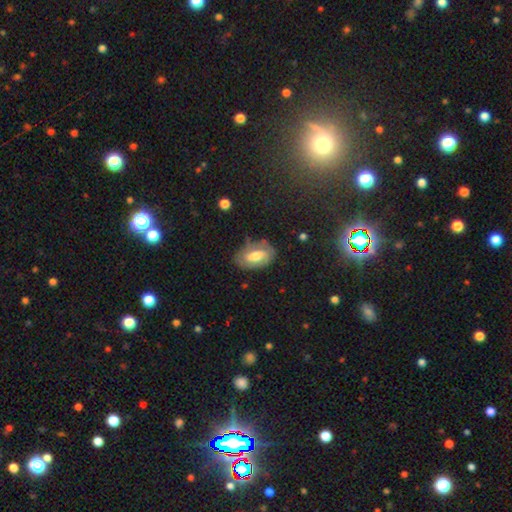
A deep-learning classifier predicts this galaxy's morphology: Smooth or featured: smooth — 47% (featured or disk — 46%)
Merging: none — 68% (minor disturbance — 23%)